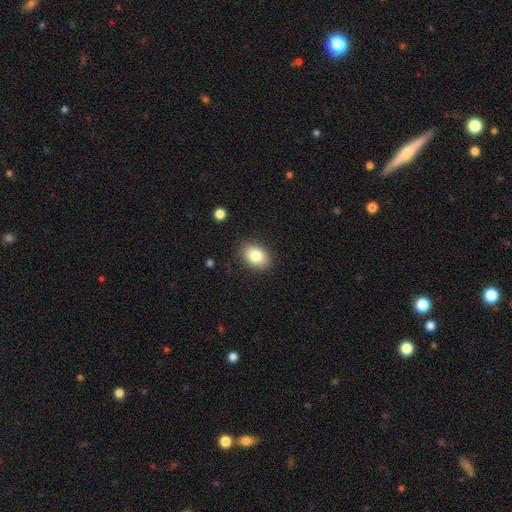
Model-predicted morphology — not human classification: This appears to be a smooth galaxy with no disk features (83%) that is in between round and cigar-shaped (79%). Merging: none (87%).